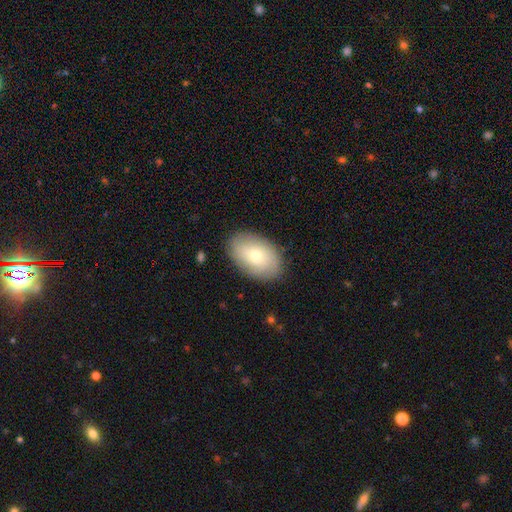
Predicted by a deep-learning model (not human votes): smooth-or-featured: smooth: 65% | featured or disk: 27% | star or artifact: 7%
  how-rounded: in between: 89% | round: 10% | cigar-shaped: 1%
  merging: none: 85% | minor disturbance: 11% | major disturbance: 3% | merger: 1%